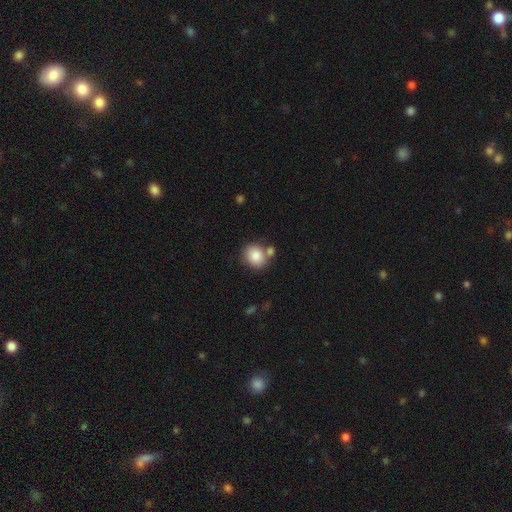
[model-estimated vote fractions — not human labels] smooth 84%, star or artifact 8%, featured or disk 8%. Down the decision tree: how rounded — round (70%); merging — none (61%).